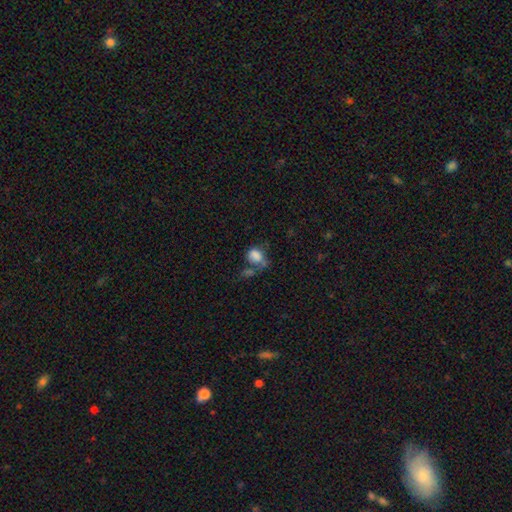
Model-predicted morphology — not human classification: A smooth galaxy with no disk features (76%) that is in between round and cigar-shaped (60%). Merging: merger (31%).